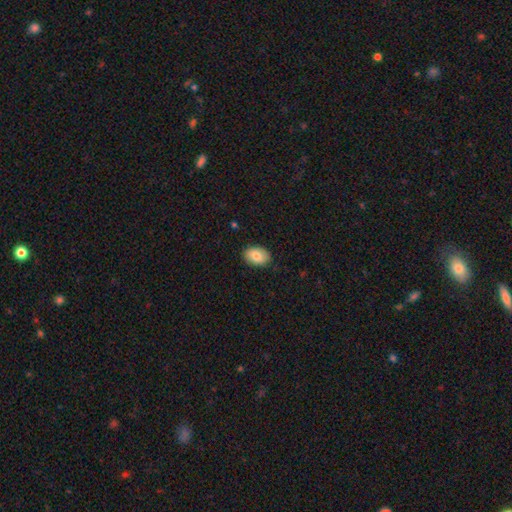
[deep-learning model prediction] A smooth galaxy with no disk features (81%) that is in between round and cigar-shaped (85%).

Vote fractions:
- Smooth or featured? smooth: 81% / featured or disk: 12% / star or artifact: 7%
- How rounded? in between: 85% / round: 14% / cigar-shaped: 1%
- Merging? none: 86% / minor disturbance: 11% / major disturbance: 2% / merger: 1%